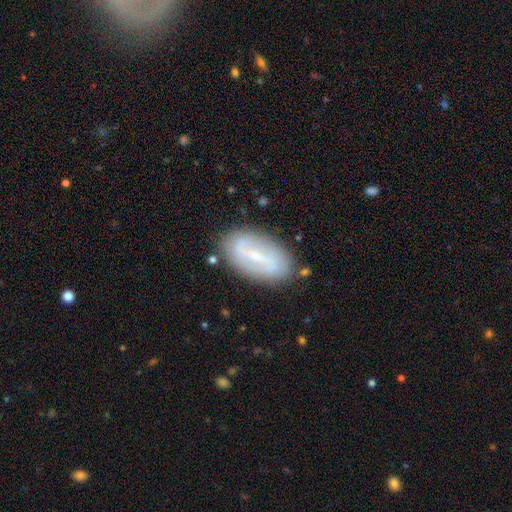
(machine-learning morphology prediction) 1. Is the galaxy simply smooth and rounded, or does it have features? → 65% featured or disk, 28% smooth, 7% star or artifact.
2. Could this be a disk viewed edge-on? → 92% no, 8% yes.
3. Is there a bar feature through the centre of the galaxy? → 55% strong, 36% weak, 10% no.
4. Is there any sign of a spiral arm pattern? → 65% yes, 35% no.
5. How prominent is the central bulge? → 67% small, 20% moderate, 11% none, 2% large, 1% dominant.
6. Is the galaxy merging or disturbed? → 83% none, 12% minor disturbance, 3% major disturbance, 2% merger.